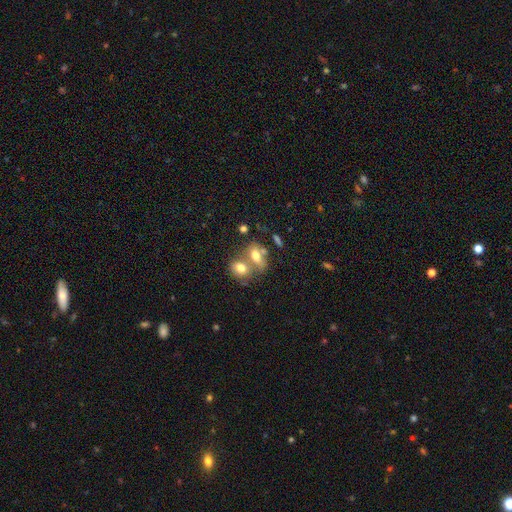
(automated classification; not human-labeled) Overall: smooth (70%). How rounded: in between (73%). Merging: merger (60%; none 26%).